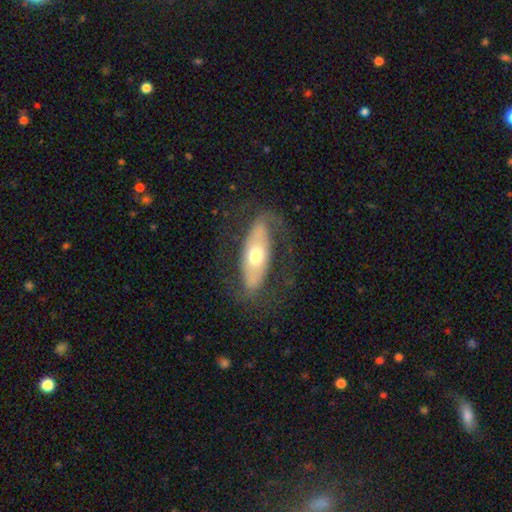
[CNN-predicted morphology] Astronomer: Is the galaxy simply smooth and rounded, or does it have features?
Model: featured or disk — 71%.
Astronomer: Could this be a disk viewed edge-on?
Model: no — 80%.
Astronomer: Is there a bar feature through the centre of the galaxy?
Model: no — 49% (runner-up: strong, 32%).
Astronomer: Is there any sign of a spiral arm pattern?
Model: yes — 67%.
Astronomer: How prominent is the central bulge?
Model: moderate — 65%.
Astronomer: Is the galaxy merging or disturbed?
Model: none — 71%.